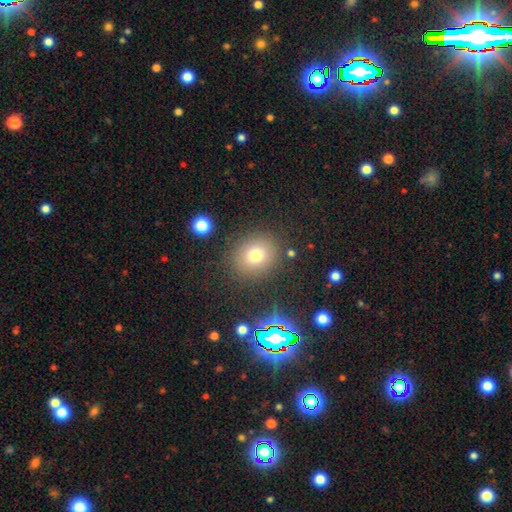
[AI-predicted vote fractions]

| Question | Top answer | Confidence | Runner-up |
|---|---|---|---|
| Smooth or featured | smooth | 74% | star or artifact (16%) |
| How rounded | round | 76% | in between (23%) |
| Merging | none | 84% | minor disturbance (9%) |